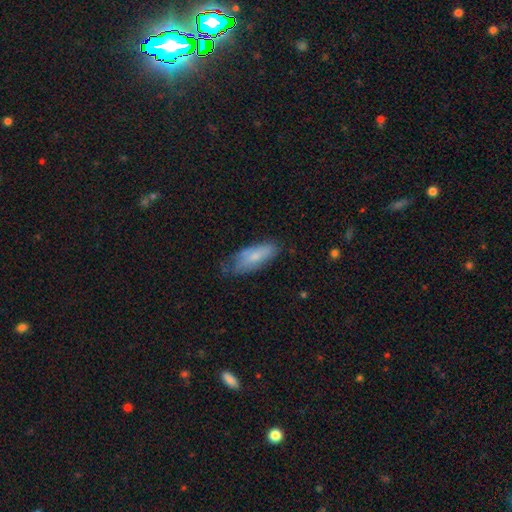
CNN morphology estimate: Smooth or featured: smooth — 72% (featured or disk — 21%)
How rounded: in between — 72% (cigar-shaped — 26%)
Merging: none — 54% (minor disturbance — 35%)